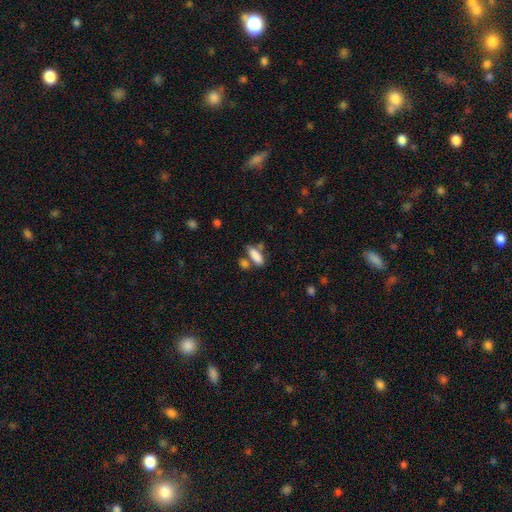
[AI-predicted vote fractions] Smooth or featured? smooth (84%)
How rounded? in between (63%)
Merging? none (56%)